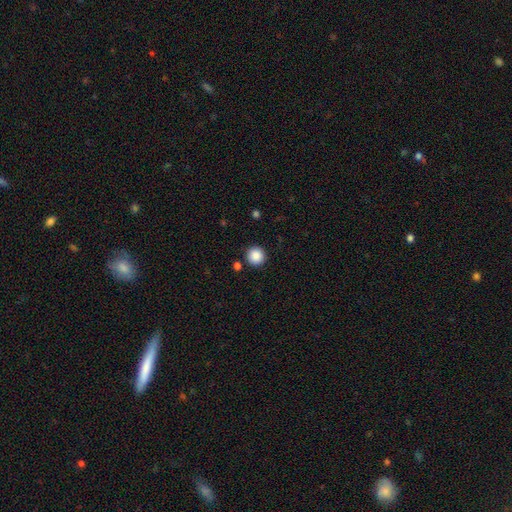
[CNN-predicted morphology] This is clearly a smooth galaxy (88%). How rounded: clearly round (95%). Merging: clearly none (90%).